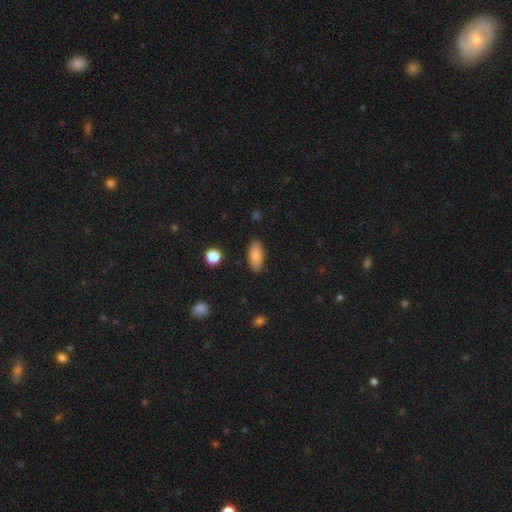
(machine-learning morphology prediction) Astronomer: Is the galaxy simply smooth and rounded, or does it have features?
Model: smooth — 83%.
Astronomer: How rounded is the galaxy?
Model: in between — 87%.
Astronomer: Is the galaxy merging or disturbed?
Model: none — 86%.